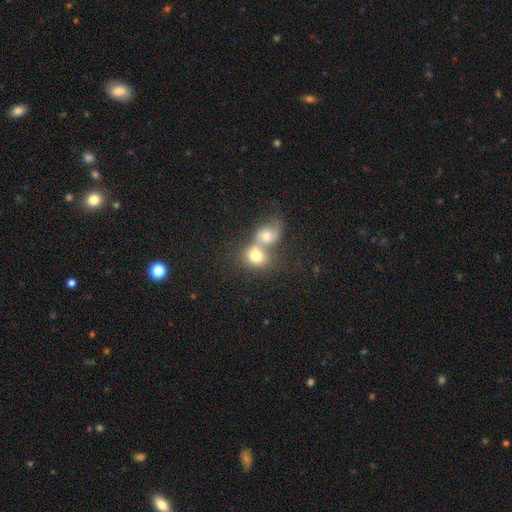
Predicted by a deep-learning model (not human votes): Smooth or featured: smooth — 68% (featured or disk — 22%)
How rounded: round — 59% (in between — 39%)
Merging: merger — 68% (none — 21%)